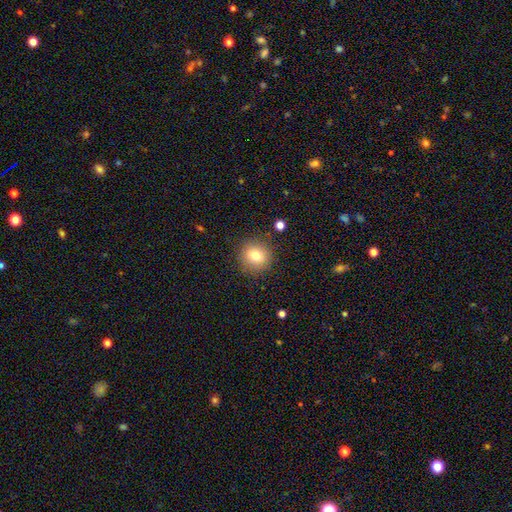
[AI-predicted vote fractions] smooth-or-featured: smooth: 77% | featured or disk: 12% | star or artifact: 11%
  how-rounded: round: 89% | in between: 10% | cigar-shaped: 1%
  merging: none: 88% | minor disturbance: 8% | major disturbance: 3% | merger: 1%